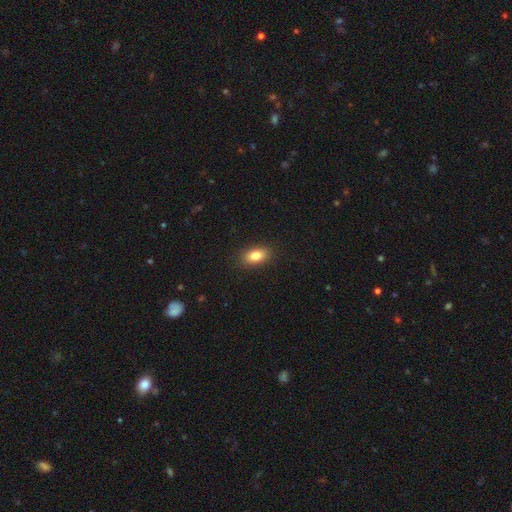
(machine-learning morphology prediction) smooth 84%, star or artifact 8%, featured or disk 8%. Down the decision tree: how rounded — in between (88%); merging — none (88%).